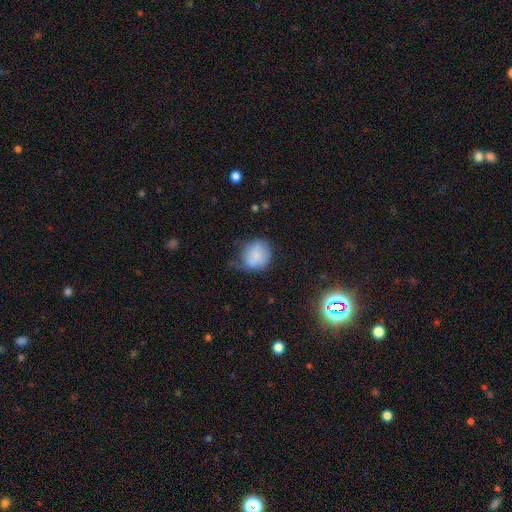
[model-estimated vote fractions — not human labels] smooth_or_featured: smooth (p=0.79) [alt: featured or disk p=0.12]
how_rounded: round (p=0.75) [alt: in between p=0.24]
merging: none (p=0.42) [alt: minor disturbance p=0.38]